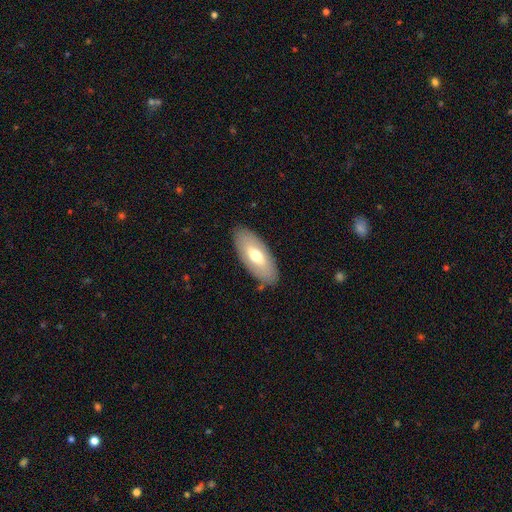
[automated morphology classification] Smooth or featured? Predicted: smooth (p=0.60). How rounded? Predicted: in between (p=0.87). Merging? Predicted: none (p=0.85).